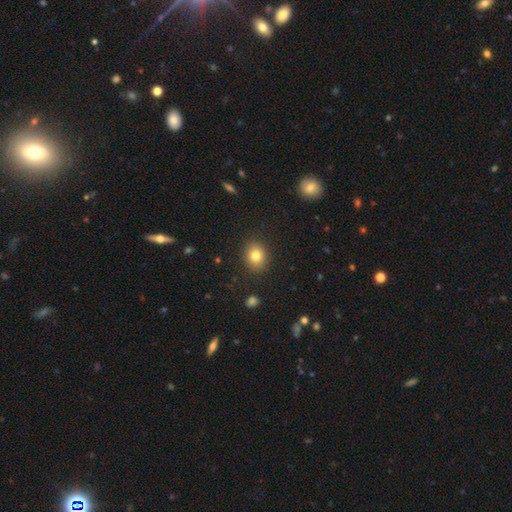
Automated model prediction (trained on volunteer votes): Morphology: type=smooth (80%); roundness=round (69%); merging=none (89%).